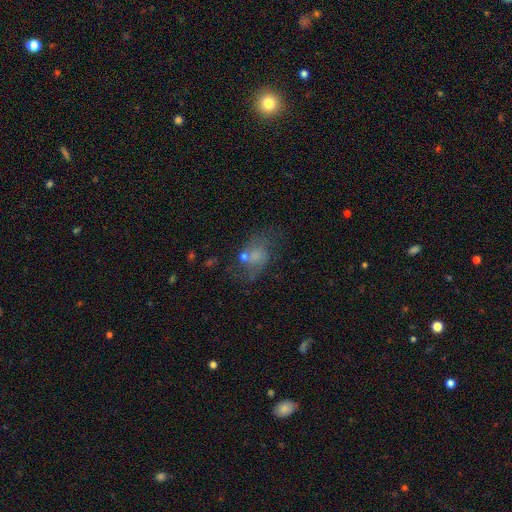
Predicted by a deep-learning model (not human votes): This is marginally a featured or disk galaxy (44%). Merging: possibly none (47%).